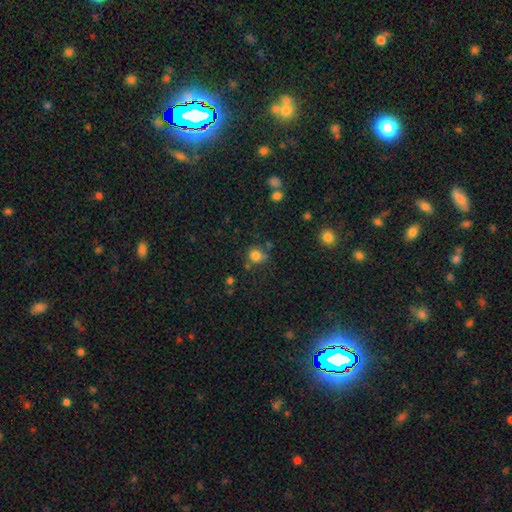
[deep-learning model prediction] Smooth or featured? smooth (80%)
How rounded? round (80%)
Merging? none (63%)